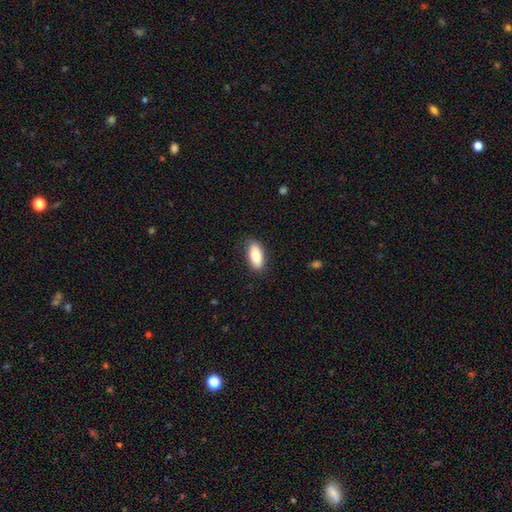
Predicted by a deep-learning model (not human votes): smooth_or_featured: smooth (p=0.83) [alt: featured or disk p=0.11]
how_rounded: in between (p=0.86) [alt: cigar-shaped p=0.11]
merging: none (p=0.84) [alt: minor disturbance p=0.12]